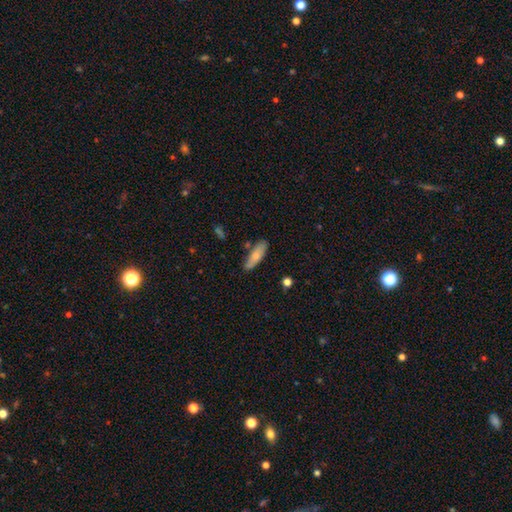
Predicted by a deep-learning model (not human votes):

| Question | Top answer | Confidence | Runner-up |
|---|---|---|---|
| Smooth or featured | smooth | 75% | featured or disk (19%) |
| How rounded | cigar-shaped | 49% | tied: in between (49%) |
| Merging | none | 75% | minor disturbance (17%) |